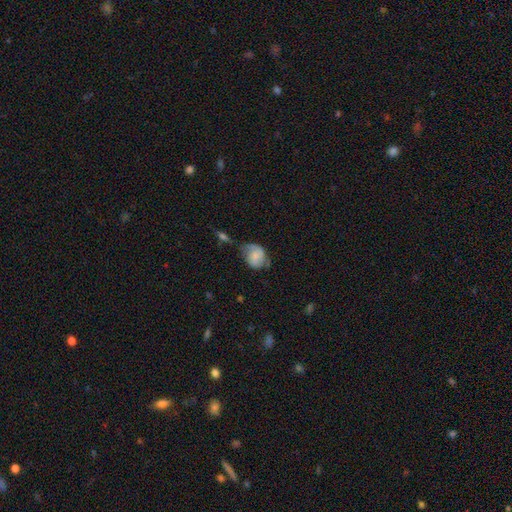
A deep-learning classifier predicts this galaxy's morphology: This appears to be a smooth galaxy with no disk features (65%) that is round (53%). Merging: none (38%).